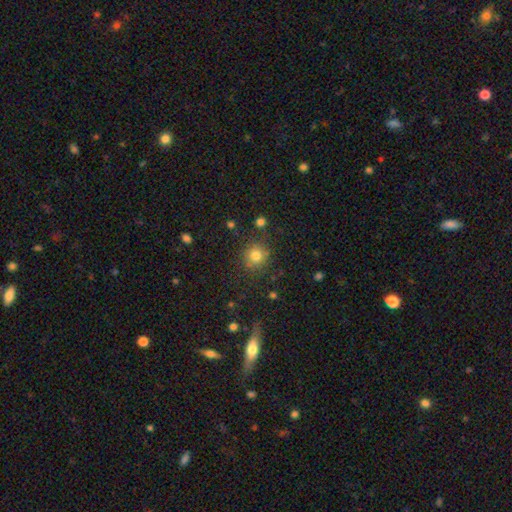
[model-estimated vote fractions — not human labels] A smooth galaxy with no disk features (78%) that is round (90%).

Vote fractions:
- Smooth or featured? smooth: 78% / star or artifact: 15% / featured or disk: 7%
- How rounded? round: 90% / in between: 9% / cigar-shaped: 1%
- Merging? none: 84% / minor disturbance: 9% / merger: 4% / major disturbance: 3%